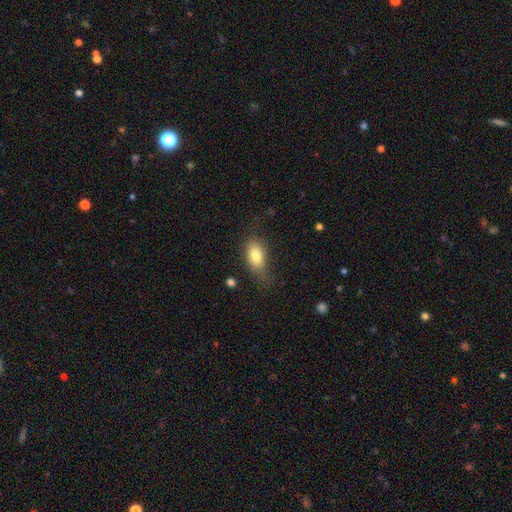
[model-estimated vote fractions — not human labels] Smooth or featured? Predicted: smooth (p=0.79). How rounded? Predicted: in between (p=0.86). Merging? Predicted: none (p=0.57).